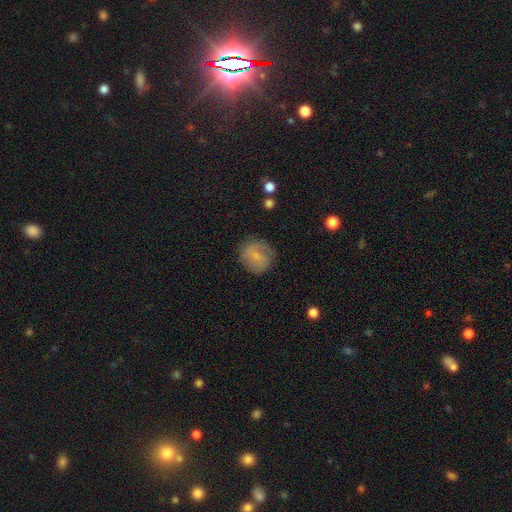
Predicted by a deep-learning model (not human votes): smooth-or-featured: smooth: 57% | featured or disk: 34% | star or artifact: 9%
  how-rounded: round: 80% | in between: 19% | cigar-shaped: 1%
  merging: none: 71% | minor disturbance: 19% | major disturbance: 9% | merger: 2%